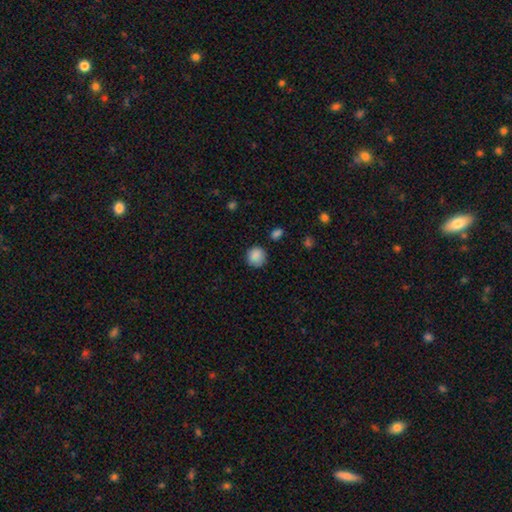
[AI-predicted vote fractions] smooth_or_featured: smooth (p=0.87) [alt: star or artifact p=0.09]
how_rounded: round (p=0.91) [alt: in between p=0.08]
merging: none (p=0.83) [alt: minor disturbance p=0.12]